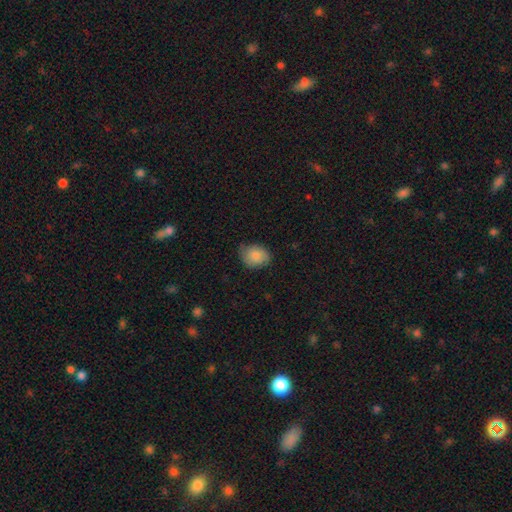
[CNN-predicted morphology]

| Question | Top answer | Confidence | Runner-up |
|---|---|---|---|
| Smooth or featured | smooth | 82% | featured or disk (11%) |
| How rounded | round | 50% | in between (49%) |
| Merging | none | 65% | minor disturbance (29%) |